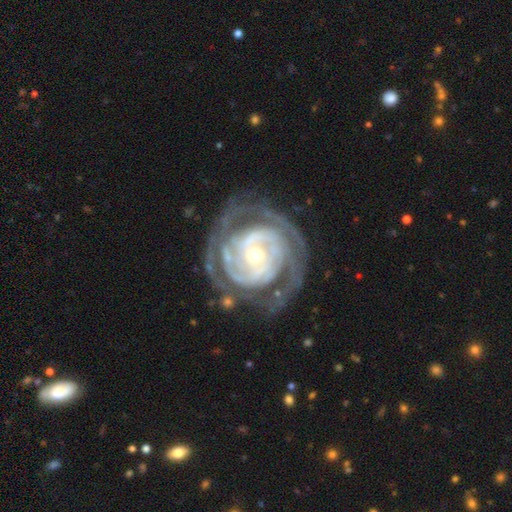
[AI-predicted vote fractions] Morphology: type=featured or disk (91%); edge-on=no (97%); bar=no (54%); spiral arms=yes (96%); winding=tight (72%); arm count=2 (34%); bulge=small (52%); merging=none (72%).